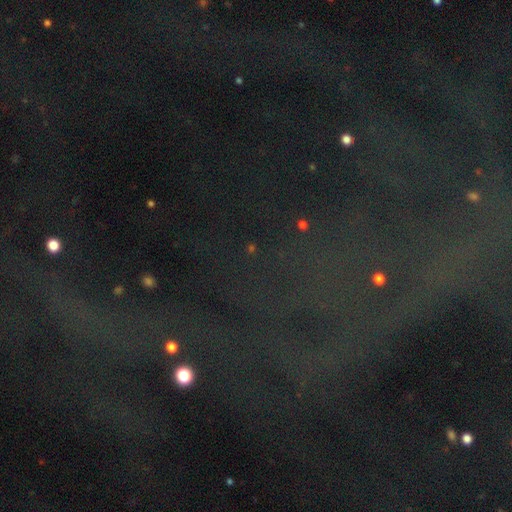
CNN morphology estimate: Smooth or featured? Predicted: star or artifact (p=0.80).